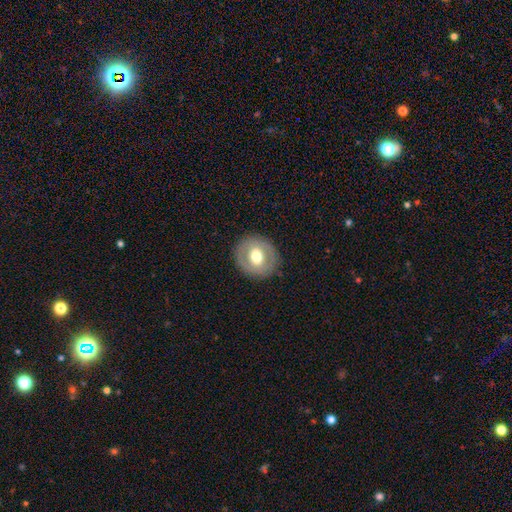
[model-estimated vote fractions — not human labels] A smooth galaxy with no disk features (49%).

Vote fractions:
- Smooth or featured? smooth: 49% / featured or disk: 44% / star or artifact: 7%
- Merging? none: 86% / minor disturbance: 9% / major disturbance: 4% / merger: 1%